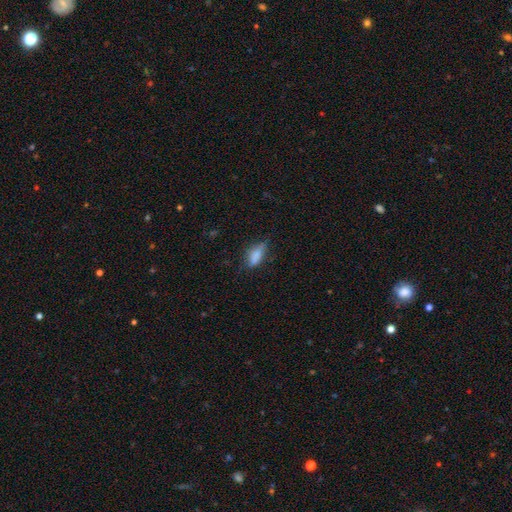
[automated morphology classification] Smooth or featured? Predicted: smooth (p=0.75). How rounded? Predicted: in between (p=0.74). Merging? Predicted: none (p=0.55).